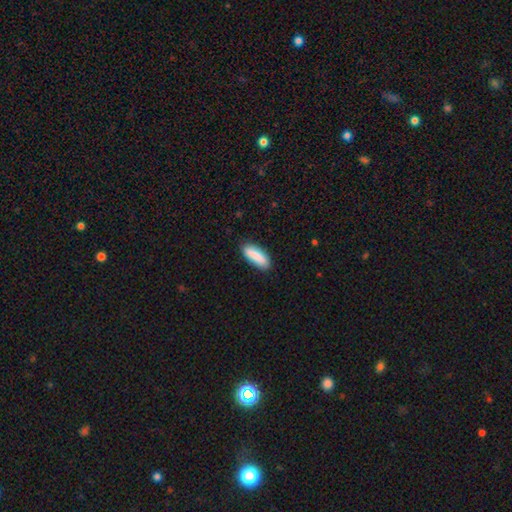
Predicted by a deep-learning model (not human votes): Smooth or featured? Predicted: smooth (p=0.87). How rounded? Predicted: in between (p=0.56). Merging? Predicted: none (p=0.85).